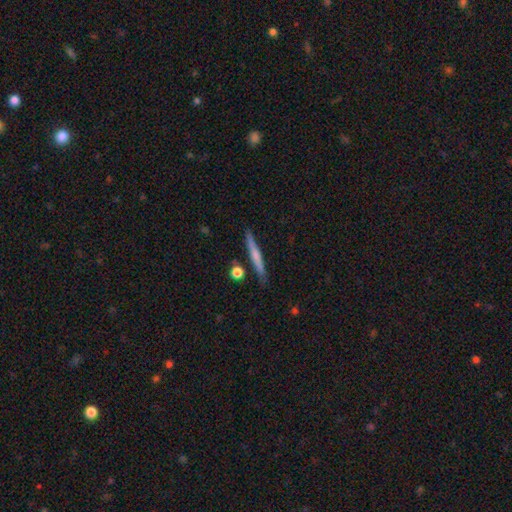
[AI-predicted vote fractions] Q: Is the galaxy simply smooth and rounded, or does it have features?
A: smooth — 53%.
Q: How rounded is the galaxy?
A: cigar-shaped — 95%.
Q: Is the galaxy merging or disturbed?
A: none — 85%.